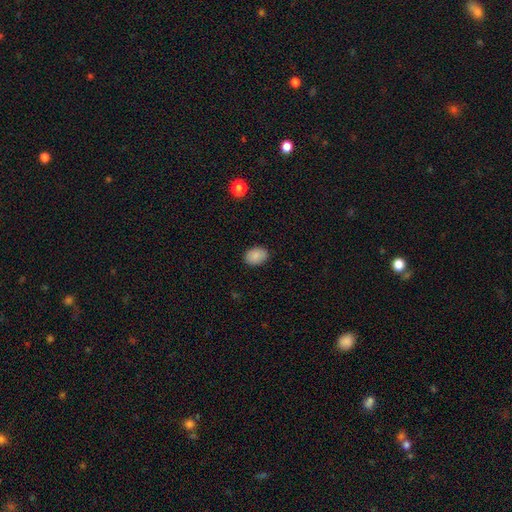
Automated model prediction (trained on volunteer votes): Q: Smooth or featured?
A: smooth (88%); runner-up: star or artifact (8%)
Q: How rounded?
A: in between (73%); runner-up: round (26%)
Q: Merging?
A: none (88%); runner-up: minor disturbance (9%)